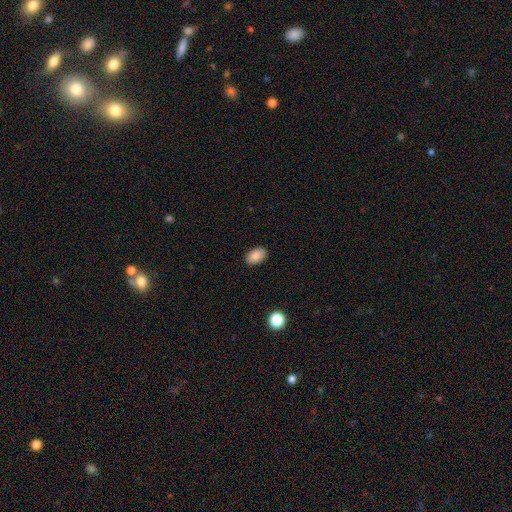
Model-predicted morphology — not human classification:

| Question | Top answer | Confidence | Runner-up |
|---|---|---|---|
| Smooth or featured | smooth | 87% | star or artifact (8%) |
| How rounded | in between | 91% | round (8%) |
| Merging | none | 89% | minor disturbance (8%) |